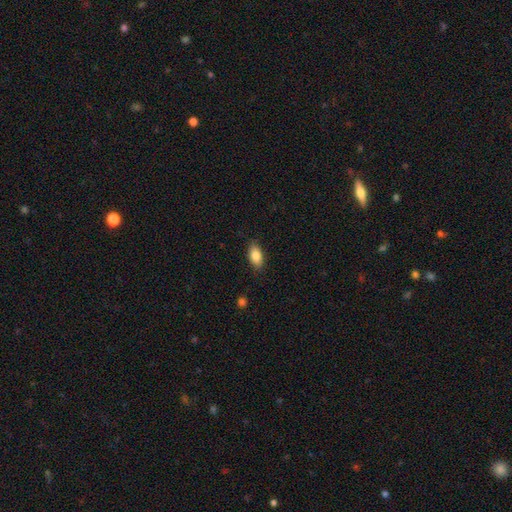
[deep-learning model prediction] Smooth or featured? Predicted: smooth (p=0.85). How rounded? Predicted: in between (p=0.91). Merging? Predicted: none (p=0.86).